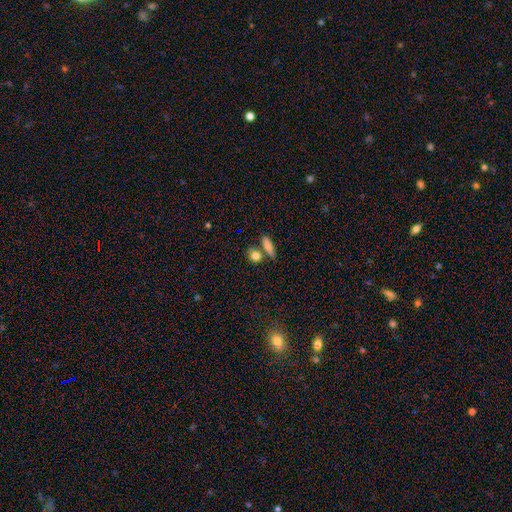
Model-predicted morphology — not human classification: This is clearly a smooth galaxy (82%). How rounded: possibly round (53%). Merging: likely none (61%).